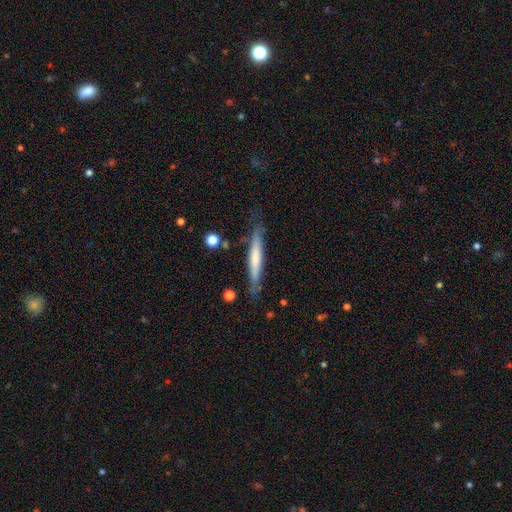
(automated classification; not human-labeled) Smooth or featured? Predicted: smooth (p=0.49). Merging? Predicted: none (p=0.78).